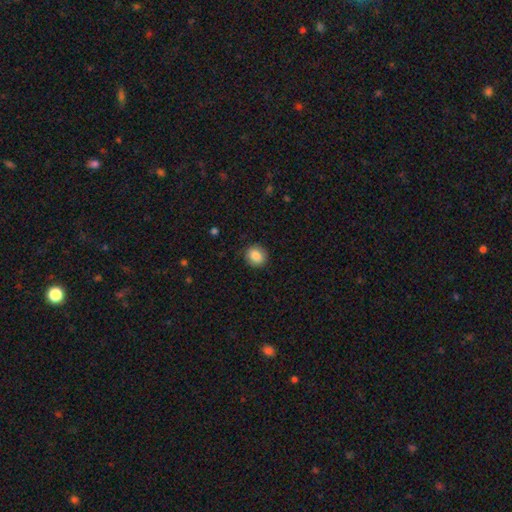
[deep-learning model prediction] A smooth galaxy with no disk features (86%) that is round (81%).

Vote fractions:
- Smooth or featured? smooth: 86% / star or artifact: 9% / featured or disk: 6%
- How rounded? round: 81% / in between: 18% / cigar-shaped: 1%
- Merging? none: 89% / minor disturbance: 8% / major disturbance: 2% / merger: 1%